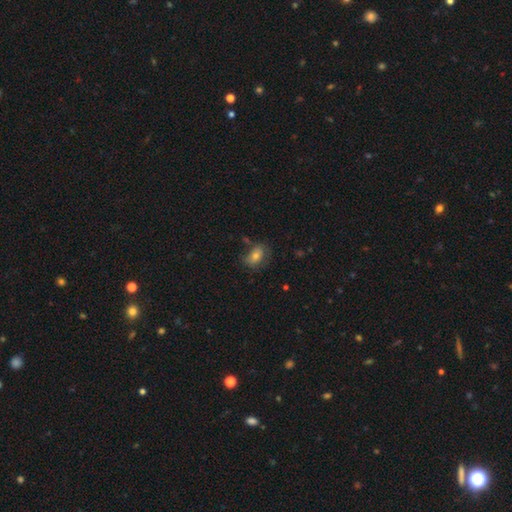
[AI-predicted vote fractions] The model was most divided on "smooth or featured": smooth: 62%, featured or disk: 26%, star or artifact: 13%. More confident: how rounded — in between (78%); merging — none (62%).